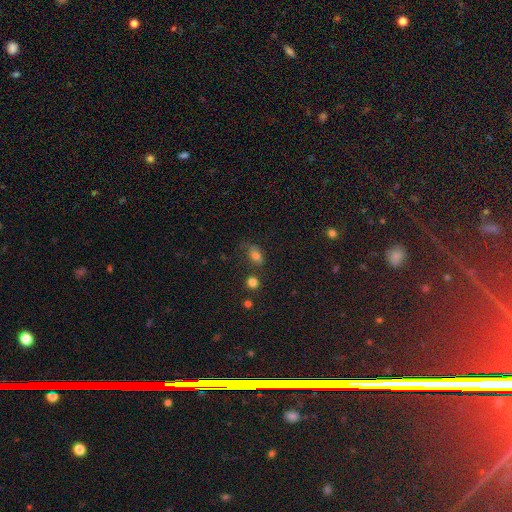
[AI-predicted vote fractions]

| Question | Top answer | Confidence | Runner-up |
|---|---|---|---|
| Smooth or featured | smooth | 76% | star or artifact (14%) |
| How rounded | in between | 78% | round (18%) |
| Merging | none | 56% | minor disturbance (25%) |